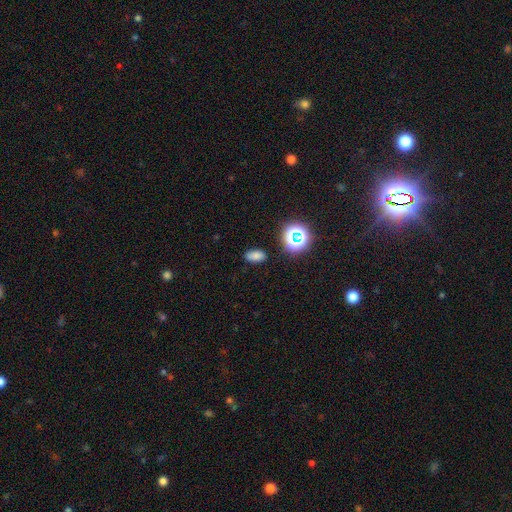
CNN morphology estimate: smooth_or_featured: smooth (p=0.73) [alt: star or artifact p=0.20]
how_rounded: in between (p=0.88) [alt: round p=0.09]
merging: none (p=0.83) [alt: minor disturbance p=0.12]